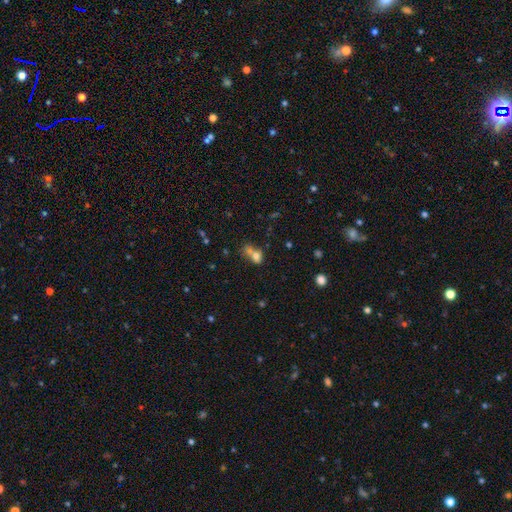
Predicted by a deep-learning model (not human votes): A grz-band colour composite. It shows a smooth galaxy with no disk features (71%) that is in between round and cigar-shaped (54%). Merging: merger (59%).